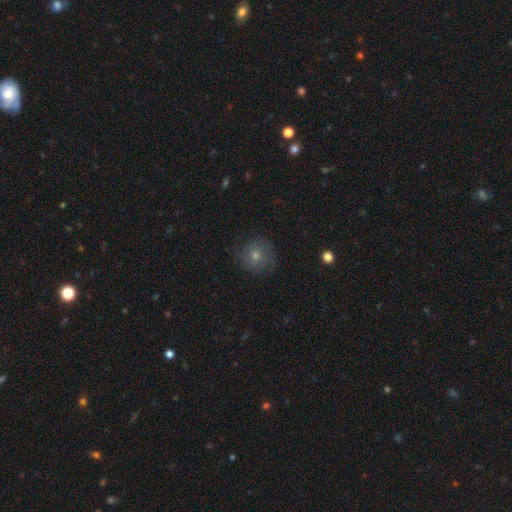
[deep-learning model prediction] A smooth galaxy with no disk features (60%) that is round (90%). Merging: none (79%).